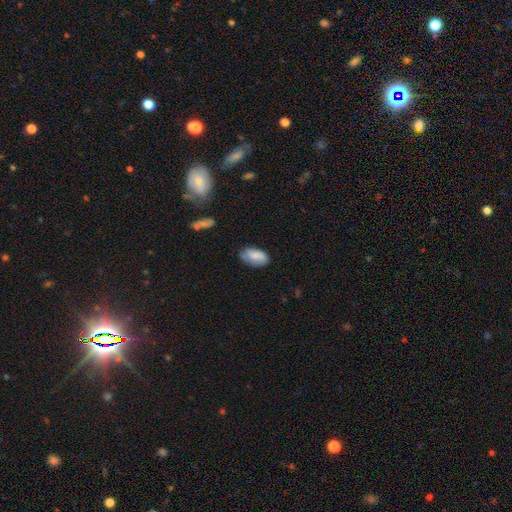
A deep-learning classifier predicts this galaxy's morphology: smooth 74%, featured or disk 19%, star or artifact 7%. Down the decision tree: how rounded — in between (92%); merging — none (61%).